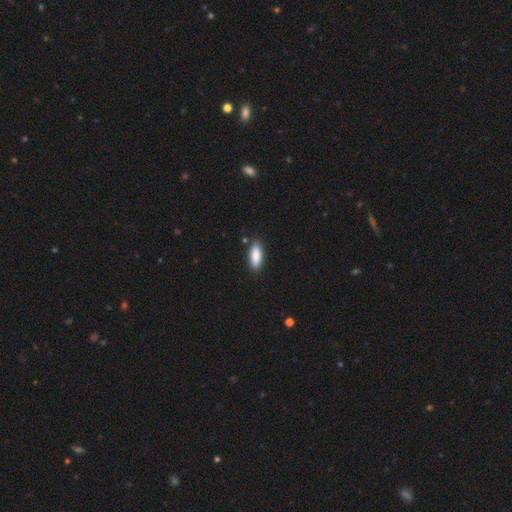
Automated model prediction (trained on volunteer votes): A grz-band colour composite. It shows a smooth galaxy with no disk features (87%) that is in between round and cigar-shaped (75%). Merging: none (86%).